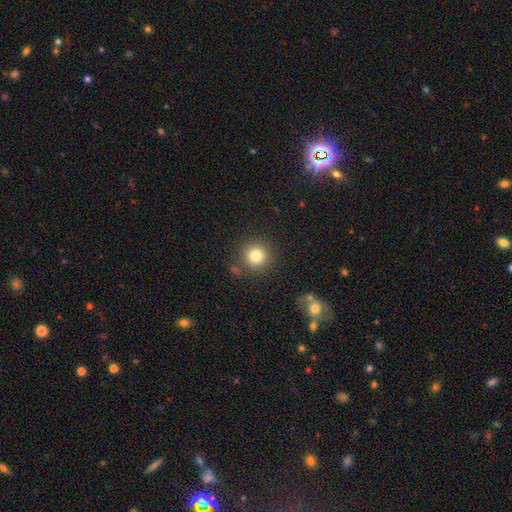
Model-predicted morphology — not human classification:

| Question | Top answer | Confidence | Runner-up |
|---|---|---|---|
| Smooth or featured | smooth | 81% | star or artifact (12%) |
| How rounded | round | 94% | in between (5%) |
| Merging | none | 84% | minor disturbance (8%) |